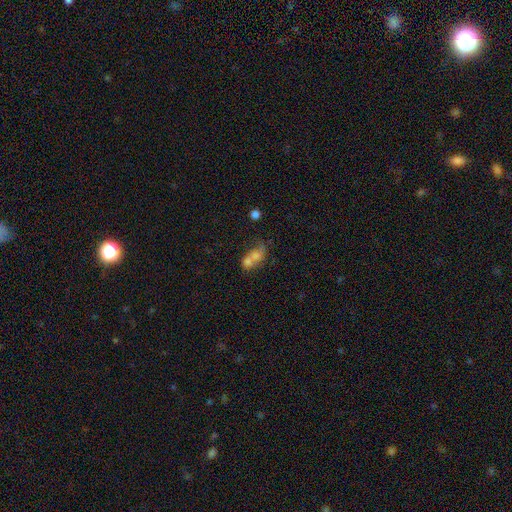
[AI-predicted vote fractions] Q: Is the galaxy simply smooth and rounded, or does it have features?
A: smooth — 64%.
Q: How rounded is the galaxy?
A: in between — 63%.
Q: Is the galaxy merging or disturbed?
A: merger — 64%.